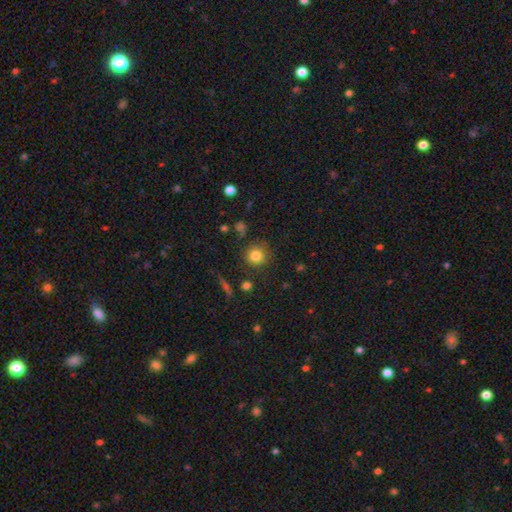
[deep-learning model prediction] A smooth galaxy with no disk features (82%) that is round (90%).

Vote fractions:
- Smooth or featured? smooth: 82% / star or artifact: 11% / featured or disk: 7%
- How rounded? round: 90% / in between: 9% / cigar-shaped: 1%
- Merging? none: 82% / minor disturbance: 11% / major disturbance: 4% / merger: 3%